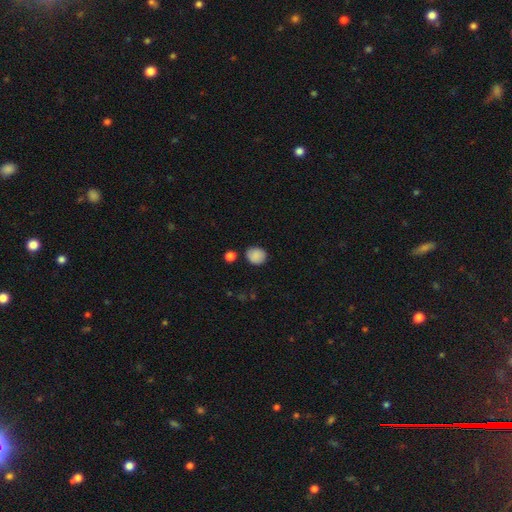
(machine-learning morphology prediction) smooth_or_featured: smooth (p=0.87) [alt: star or artifact p=0.08]
how_rounded: round (p=0.78) [alt: in between p=0.21]
merging: none (p=0.81) [alt: minor disturbance p=0.12]